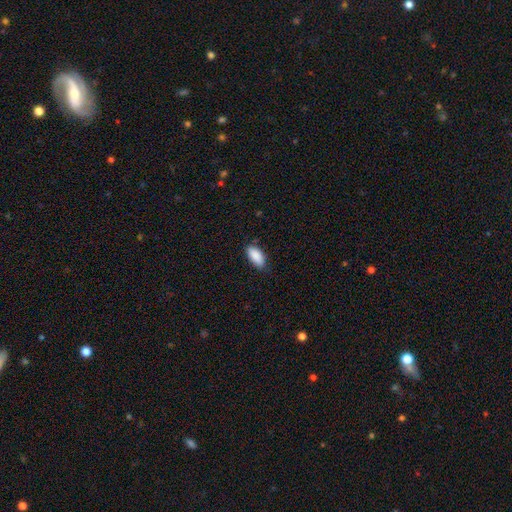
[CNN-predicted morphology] type=smooth (90%); roundness=in between (90%); merging=none (80%).